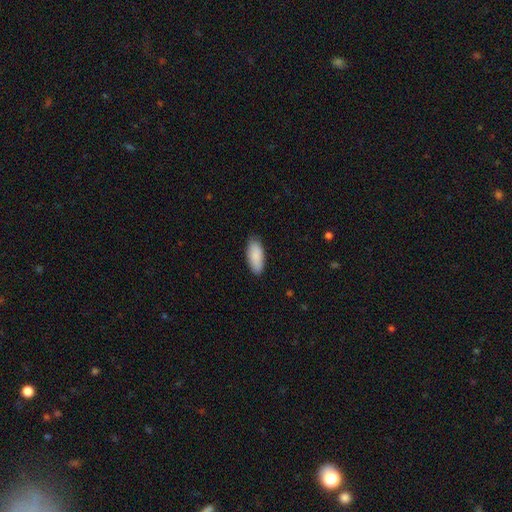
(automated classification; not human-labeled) This is clearly a smooth galaxy (90%). How rounded: clearly in between (86%). Merging: clearly none (87%).